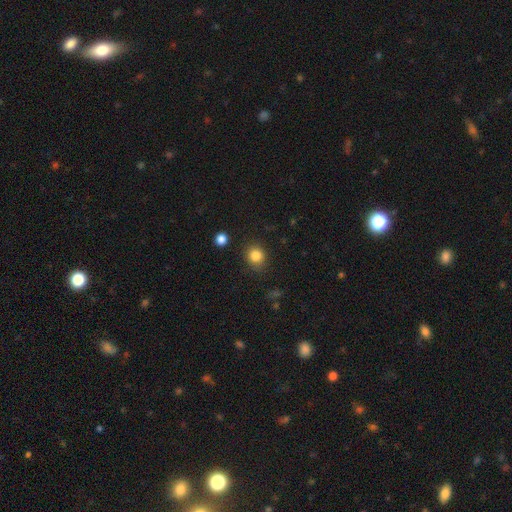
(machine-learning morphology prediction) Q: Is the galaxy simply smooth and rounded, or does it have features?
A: smooth — 84%.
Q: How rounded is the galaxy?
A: round — 81%.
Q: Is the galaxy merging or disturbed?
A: none — 85%.